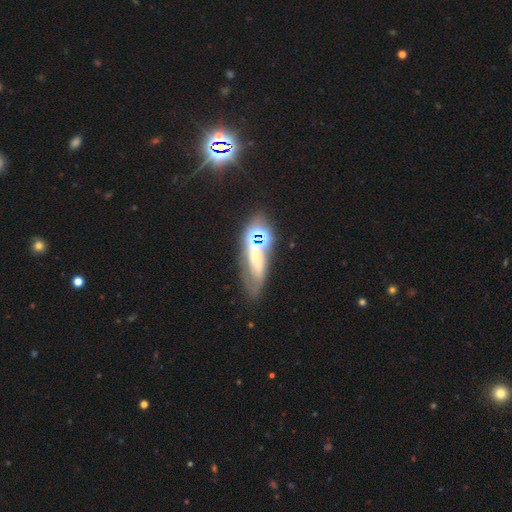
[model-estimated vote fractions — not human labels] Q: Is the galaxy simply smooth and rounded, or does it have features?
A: featured or disk — 41%.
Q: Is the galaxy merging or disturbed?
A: none — 52%.